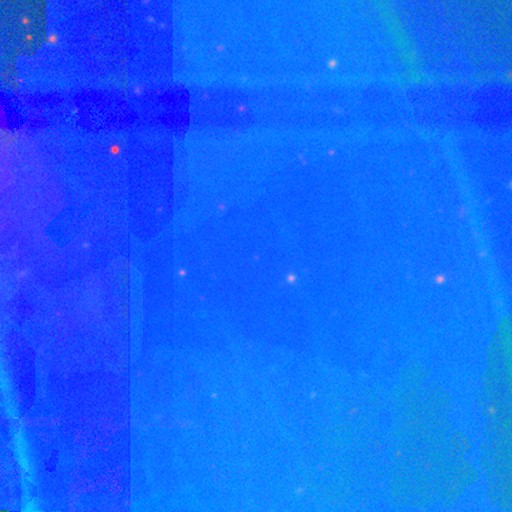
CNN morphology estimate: This is clearly a star or artifact rather than a galaxy (82%).